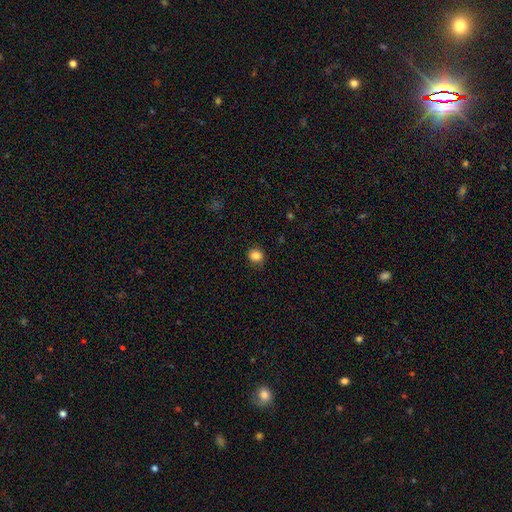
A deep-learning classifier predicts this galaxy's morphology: Smooth or featured? smooth (84%)
How rounded? round (84%)
Merging? none (87%)